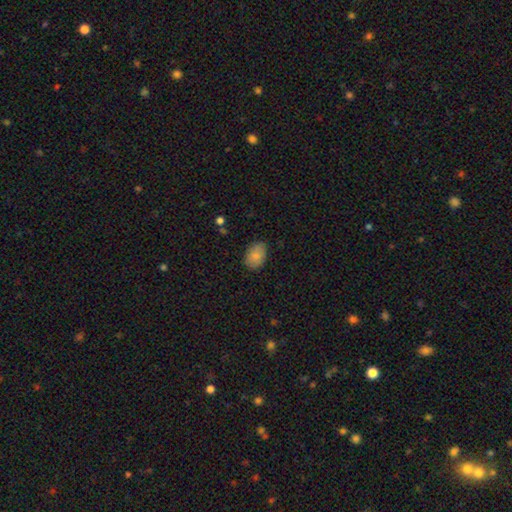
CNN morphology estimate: Q: Smooth or featured?
A: smooth (84%); runner-up: featured or disk (9%)
Q: How rounded?
A: in between (83%); runner-up: round (15%)
Q: Merging?
A: none (84%); runner-up: minor disturbance (12%)